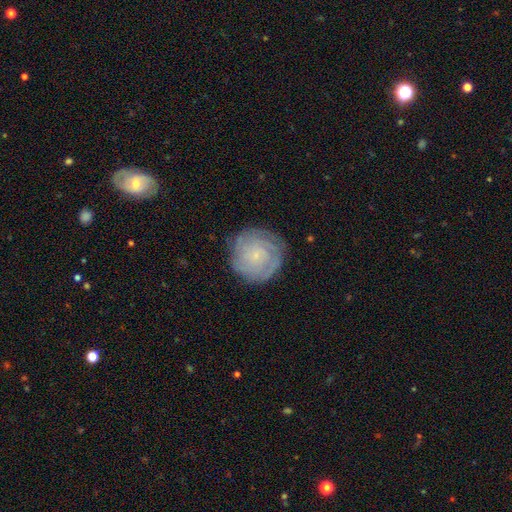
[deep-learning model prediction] Smooth or featured? featured or disk (57%)
Edge-on disk? no (98%)
Bar? no (81%)
Spiral arms? yes (86%)
Bulge size? small (80%)
Merging? none (80%)